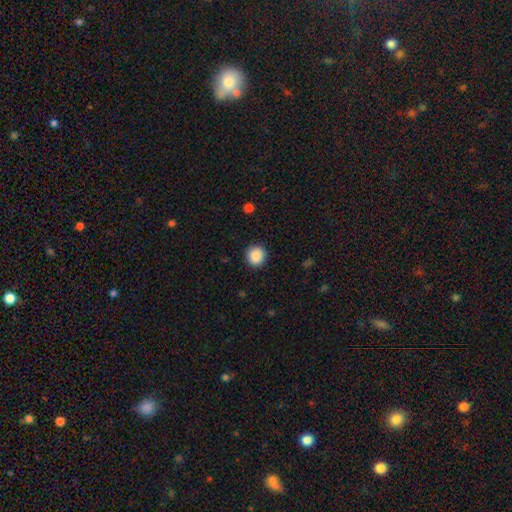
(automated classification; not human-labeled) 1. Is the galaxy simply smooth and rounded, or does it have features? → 88% smooth, 9% star or artifact, 3% featured or disk.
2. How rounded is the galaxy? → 95% round, 5% in between, 1% cigar-shaped.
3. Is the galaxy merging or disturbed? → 91% none, 6% minor disturbance, 2% major disturbance, 1% merger.